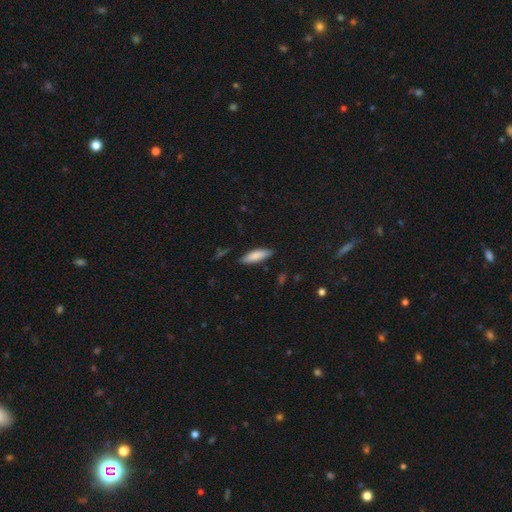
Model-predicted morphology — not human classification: This is clearly a smooth galaxy (83%). How rounded: possibly in between (54%). Merging: clearly none (82%).